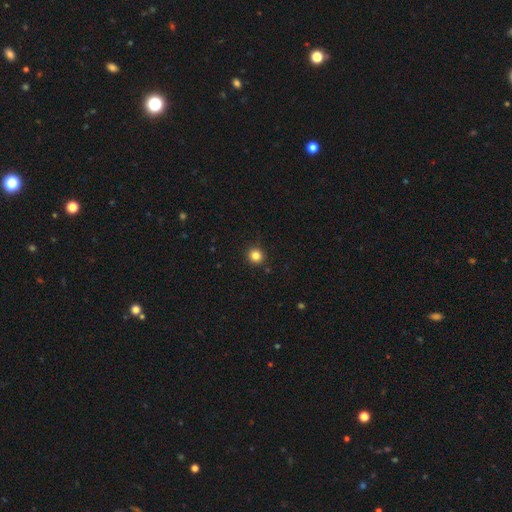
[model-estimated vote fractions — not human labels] Morphology: type=smooth (83%); roundness=round (93%); merging=none (92%).